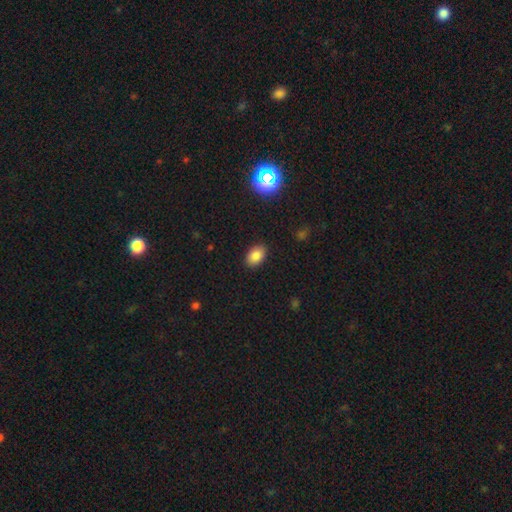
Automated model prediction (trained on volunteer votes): Smooth or featured?
  - smooth: 84% *
  - star or artifact: 11%
  - featured or disk: 5%
How rounded?
  - in between: 87% *
  - round: 12%
  - cigar-shaped: 1%
Merging?
  - none: 88% *
  - minor disturbance: 9%
  - major disturbance: 2%
  - merger: 1%